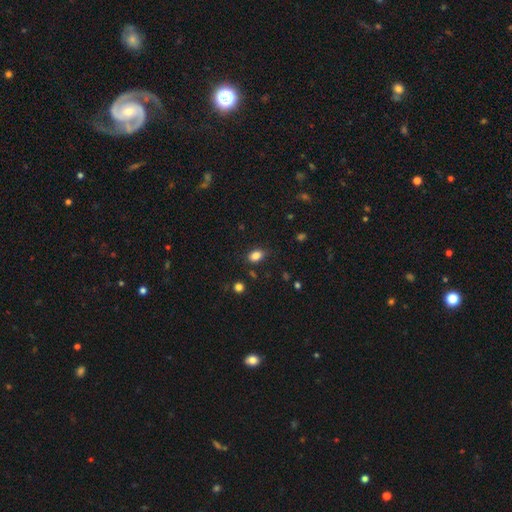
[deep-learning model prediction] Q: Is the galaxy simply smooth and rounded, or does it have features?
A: smooth — 84%.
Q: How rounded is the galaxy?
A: in between — 77%.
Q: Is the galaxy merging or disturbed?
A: none — 78%.